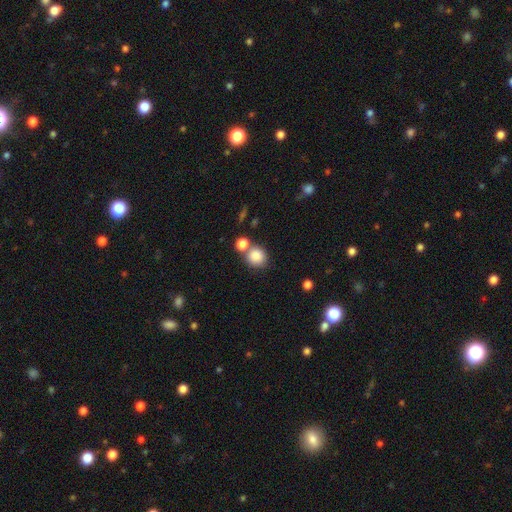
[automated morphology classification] smooth-or-featured: smooth: 85% | star or artifact: 9% | featured or disk: 6%
  how-rounded: round: 82% | in between: 17% | cigar-shaped: 1%
  merging: none: 58% | merger: 28% | minor disturbance: 10% | major disturbance: 4%